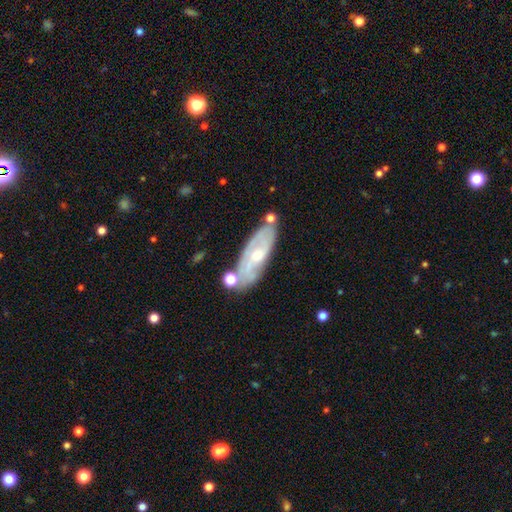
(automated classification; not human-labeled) Smooth or featured? Predicted: featured or disk (p=0.67). Edge-on disk? Predicted: no (p=0.82). Bar? Predicted: no (p=0.63). Spiral arms? Predicted: yes (p=0.74). Bulge size? Predicted: small (p=0.48). Merging? Predicted: none (p=0.66).